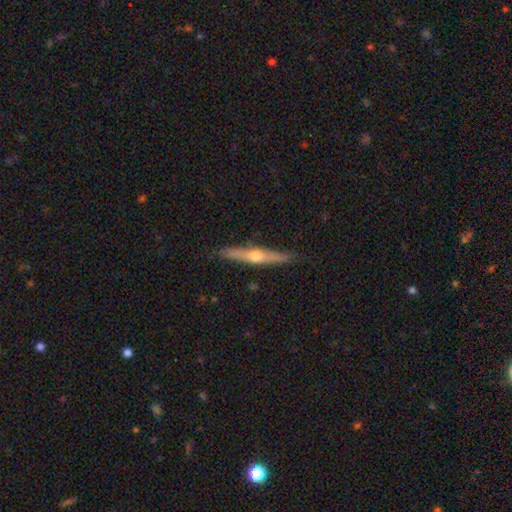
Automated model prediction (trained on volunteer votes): This appears to be a featured or disk galaxy (65%) viewed edge-on (96%) with a rounded central bulge (92%). Merging: none (87%).